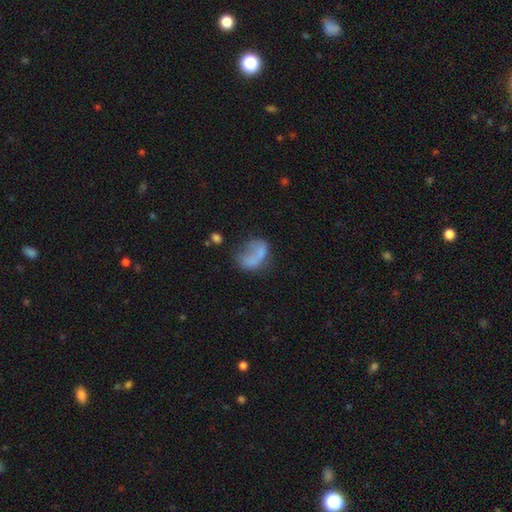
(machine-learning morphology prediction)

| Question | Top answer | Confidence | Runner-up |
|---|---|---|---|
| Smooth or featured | smooth | 59% | featured or disk (29%) |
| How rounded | in between | 74% | round (23%) |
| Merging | major disturbance | 31% | none (30%) |